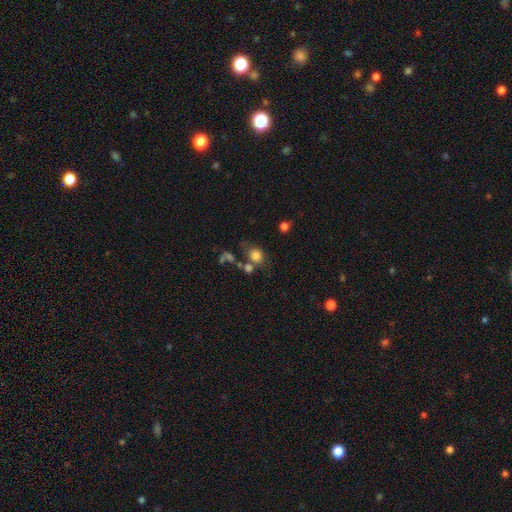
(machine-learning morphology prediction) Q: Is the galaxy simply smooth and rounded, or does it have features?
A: smooth — 78%.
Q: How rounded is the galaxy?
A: round — 69%.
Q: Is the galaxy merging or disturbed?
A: none — 55%.